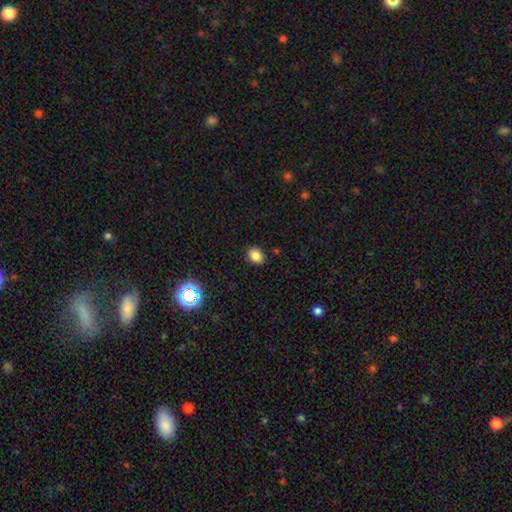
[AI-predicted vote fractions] Morphology: type=smooth (84%); roundness=in between (55%); merging=none (89%).